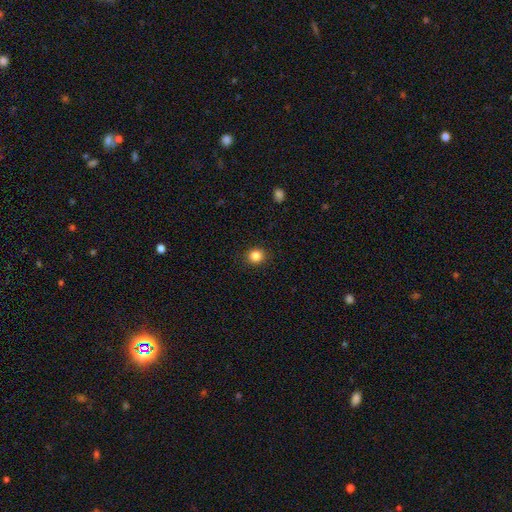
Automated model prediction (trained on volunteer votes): Morphology: type=smooth (84%); roundness=round (81%); merging=none (91%).